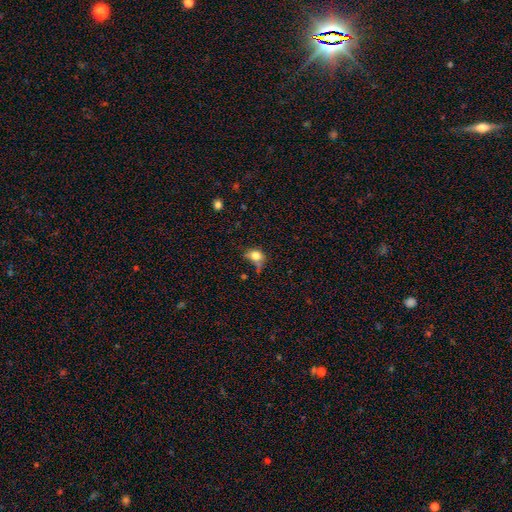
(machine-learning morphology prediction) smooth 76%, featured or disk 12%, star or artifact 12%. Down the decision tree: how rounded — round (50%); merging — none (42%).